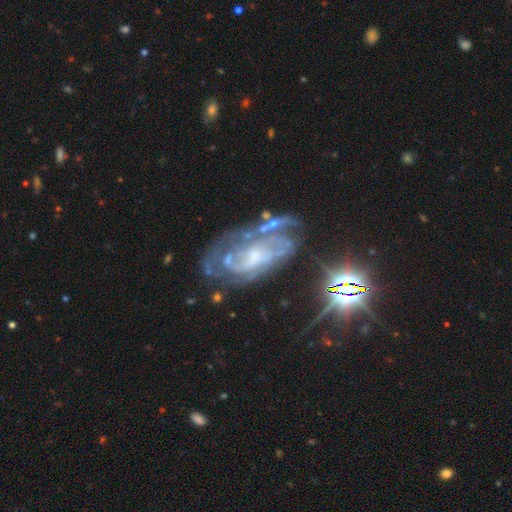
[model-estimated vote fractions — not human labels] Q: Smooth or featured?
A: featured or disk (78%); runner-up: star or artifact (12%)
Q: Edge-on disk?
A: no (95%); runner-up: yes (5%)
Q: Bar?
A: no (61%); runner-up: weak (31%)
Q: Spiral arms?
A: yes (85%); runner-up: no (15%)
Q: Spiral winding?
A: tight (51%); runner-up: medium (36%)
Q: Spiral arm count?
A: can't tell (48%); runner-up: 2 (24%)
Q: Bulge size?
A: small (56%); runner-up: moderate (26%)
Q: Merging?
A: none (51%); runner-up: minor disturbance (23%)